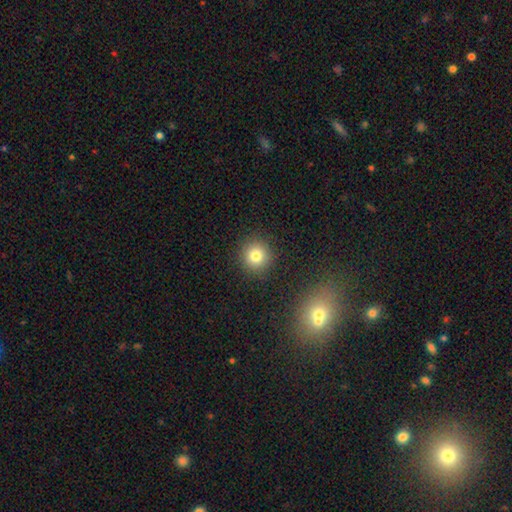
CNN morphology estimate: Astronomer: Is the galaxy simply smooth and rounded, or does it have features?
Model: smooth — 80%.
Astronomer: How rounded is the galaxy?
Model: round — 93%.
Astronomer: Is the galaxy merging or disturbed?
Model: none — 90%.